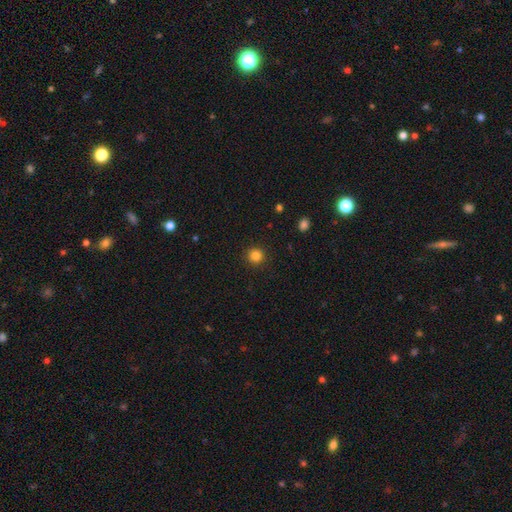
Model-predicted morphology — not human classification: Smooth or featured: smooth — 84% (star or artifact — 12%)
How rounded: round — 95% (in between — 5%)
Merging: none — 92% (minor disturbance — 5%)